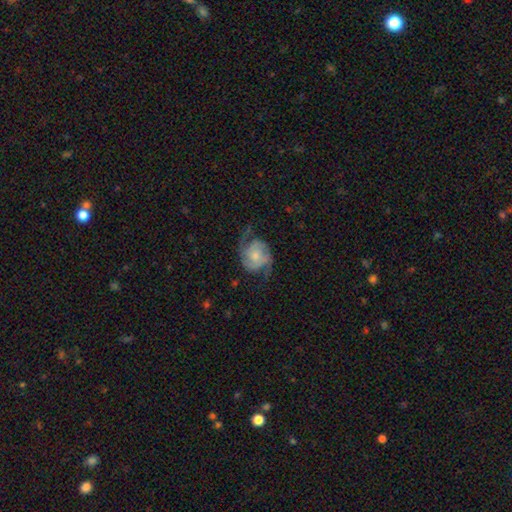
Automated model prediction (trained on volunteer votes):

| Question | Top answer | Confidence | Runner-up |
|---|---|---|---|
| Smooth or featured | featured or disk | 80% | smooth (14%) |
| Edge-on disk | no | 98% | yes (2%) |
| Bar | no | 73% | weak (23%) |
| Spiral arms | yes | 95% | no (5%) |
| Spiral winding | medium | 45% | loose (29%) |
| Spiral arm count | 2 | 75% | 3 (9%) |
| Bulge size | small | 54% | moderate (33%) |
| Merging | none | 61% | minor disturbance (21%) |